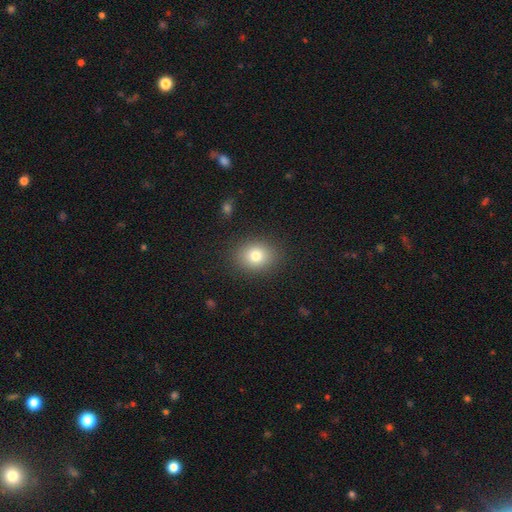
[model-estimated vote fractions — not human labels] Overall: smooth (79%). How rounded: round (62%; in between 37%). Merging: none (88%).